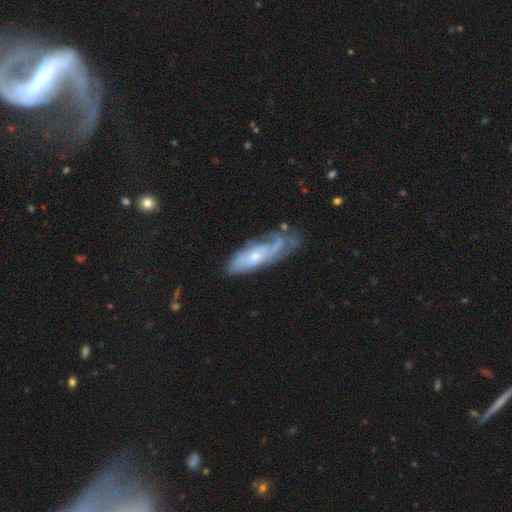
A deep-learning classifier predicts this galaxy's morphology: type=featured or disk (69%); edge-on=no (81%); bar=no (72%); spiral arms=yes (83%); bulge=small (59%); merging=none (49%).